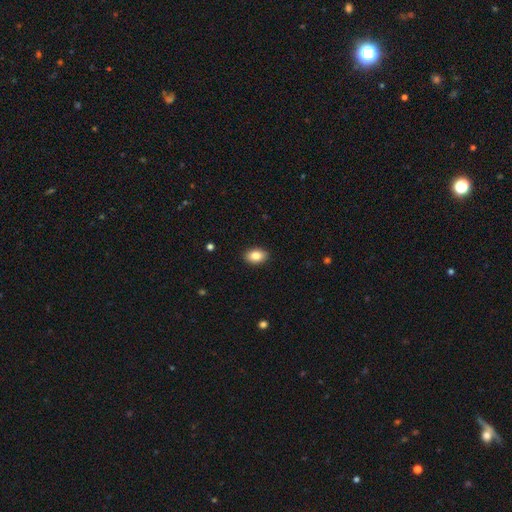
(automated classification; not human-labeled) Overall: smooth (84%). How rounded: in between (84%). Merging: none (90%).